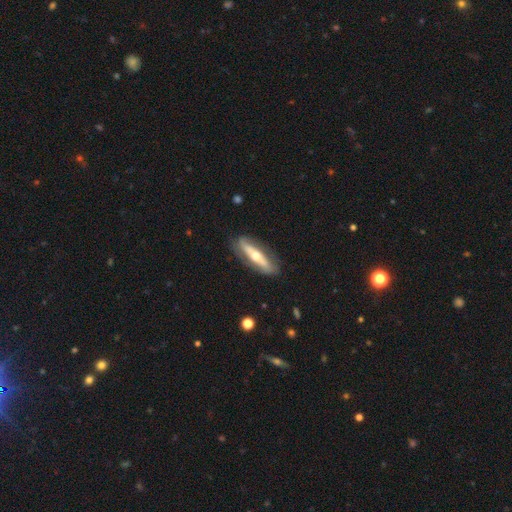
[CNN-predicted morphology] Smooth or featured? Predicted: featured or disk (p=0.66). Edge-on disk? Predicted: yes (p=0.57). Merging? Predicted: none (p=0.82).